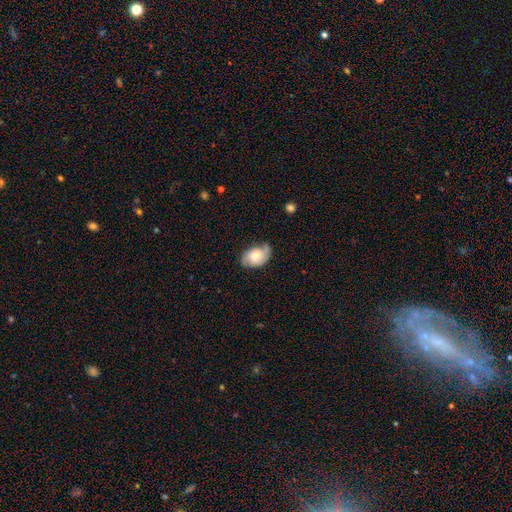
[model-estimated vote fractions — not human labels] Smooth or featured: smooth — 46% (tied with featured or disk — 46%)
Merging: none — 61% (minor disturbance — 29%)